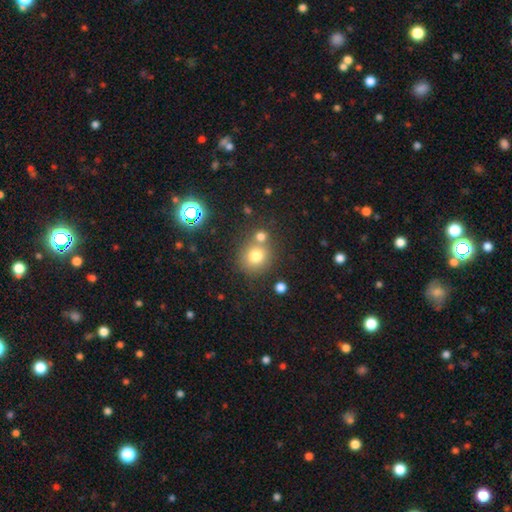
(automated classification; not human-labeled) This appears to be a smooth galaxy with no disk features (74%) that is round (87%). Merging: none (64%).